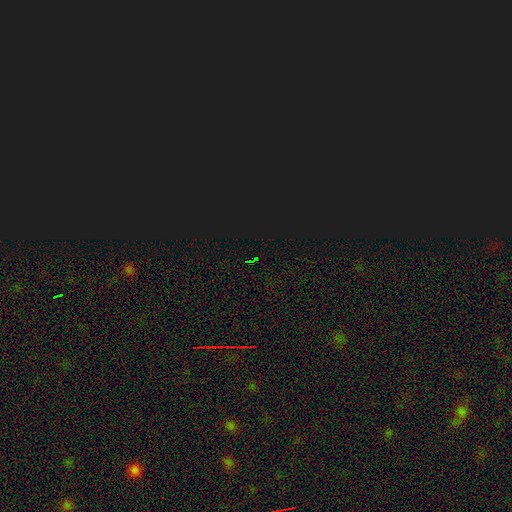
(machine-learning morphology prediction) The model was most divided on "smooth or featured": star or artifact: 81%, smooth: 12%, featured or disk: 7%.